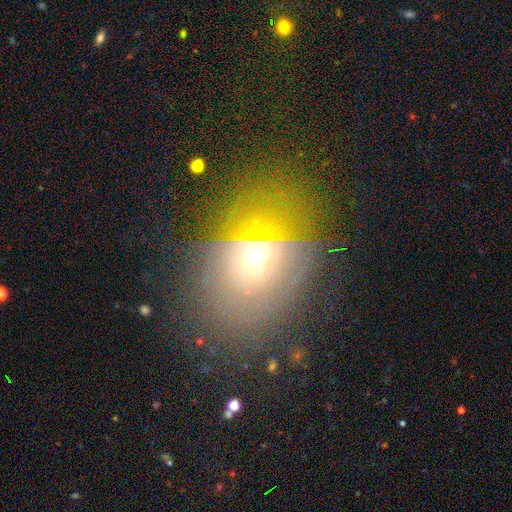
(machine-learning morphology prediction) smooth 44%, featured or disk 34%, star or artifact 22%. Down the decision tree: merging — none (52%).